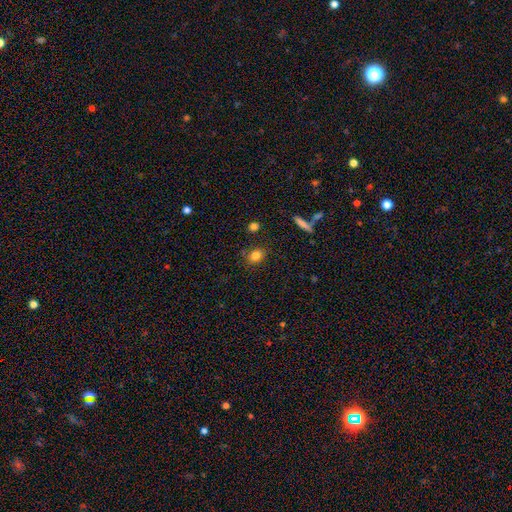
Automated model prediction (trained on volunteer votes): Q: Smooth or featured?
A: smooth (82%); runner-up: star or artifact (10%)
Q: How rounded?
A: in between (56%); runner-up: round (42%)
Q: Merging?
A: none (82%); runner-up: minor disturbance (11%)